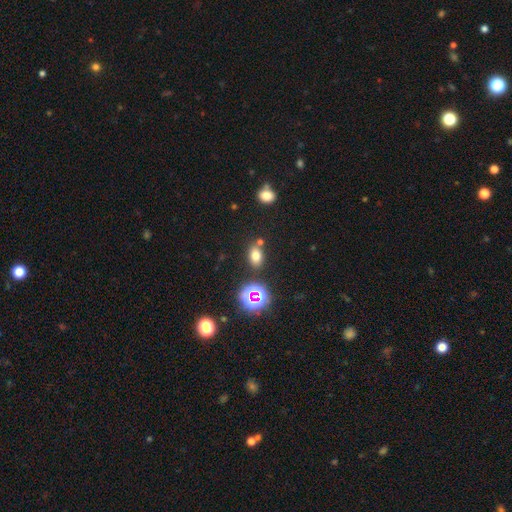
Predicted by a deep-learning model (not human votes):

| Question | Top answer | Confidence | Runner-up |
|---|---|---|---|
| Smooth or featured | smooth | 70% | star or artifact (20%) |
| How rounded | in between | 73% | round (26%) |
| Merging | none | 72% | merger (12%) |